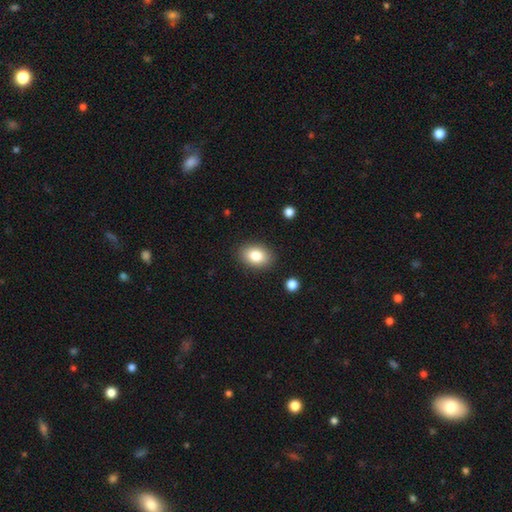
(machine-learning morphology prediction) This appears to be a smooth galaxy with no disk features (83%) that is in between round and cigar-shaped (79%). Merging: none (88%).